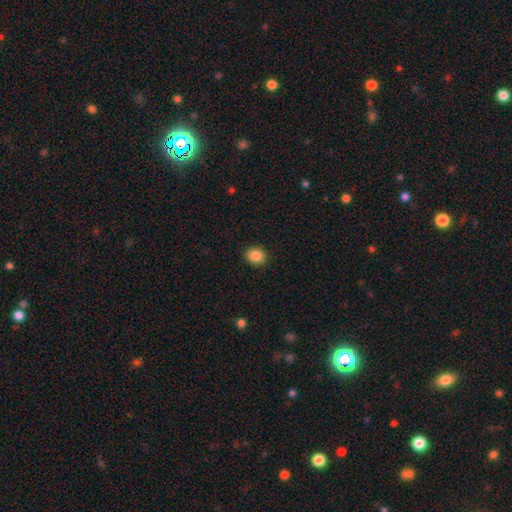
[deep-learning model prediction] Overall: smooth (86%). How rounded: round (68%; in between 32%). Merging: none (91%).